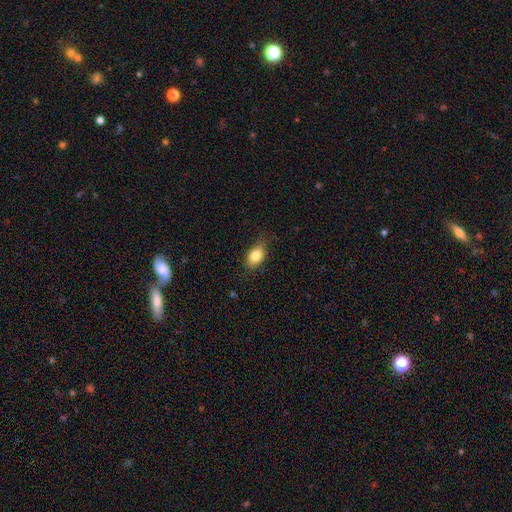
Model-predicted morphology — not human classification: The model was most divided on "merging": none: 76%, minor disturbance: 19%, major disturbance: 4%, merger: 1%. More confident: how rounded — in between (82%); smooth or featured — smooth (82%).